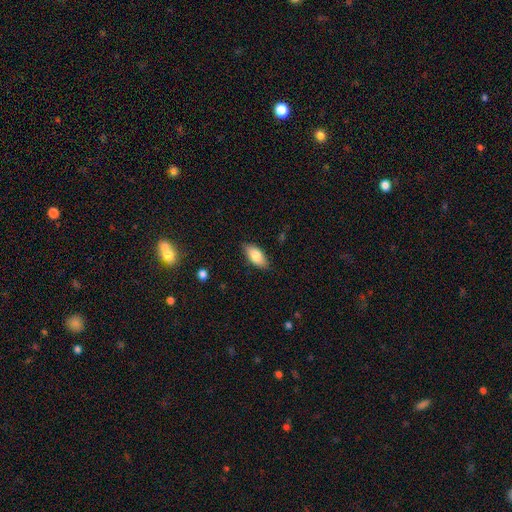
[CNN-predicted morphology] smooth-or-featured: smooth: 81% | featured or disk: 12% | star or artifact: 7%
  how-rounded: in between: 88% | cigar-shaped: 9% | round: 3%
  merging: none: 85% | minor disturbance: 12% | major disturbance: 2% | merger: 1%